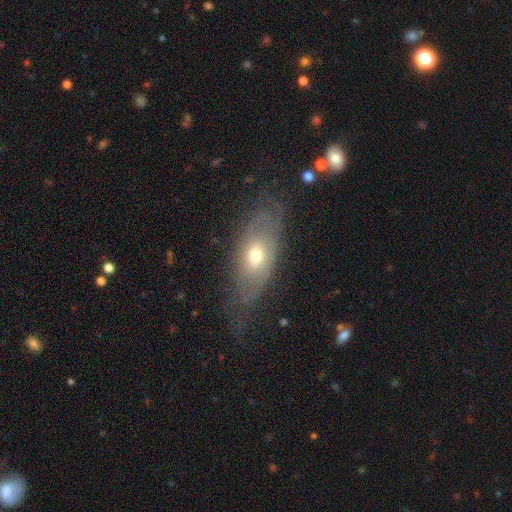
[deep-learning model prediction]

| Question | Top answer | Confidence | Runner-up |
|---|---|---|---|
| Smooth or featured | featured or disk | 53% | smooth (38%) |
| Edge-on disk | no | 75% | yes (25%) |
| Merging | none | 61% | minor disturbance (23%) |